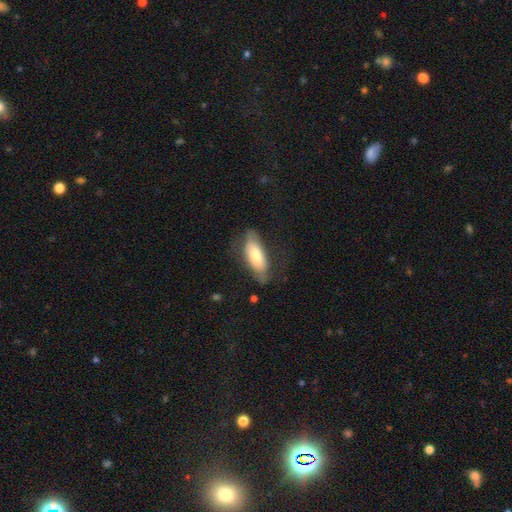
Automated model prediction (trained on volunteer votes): The model was most divided on "merging": none: 60%, minor disturbance: 26%, major disturbance: 13%, merger: 2%. More confident: how rounded — in between (78%); smooth or featured — smooth (67%).